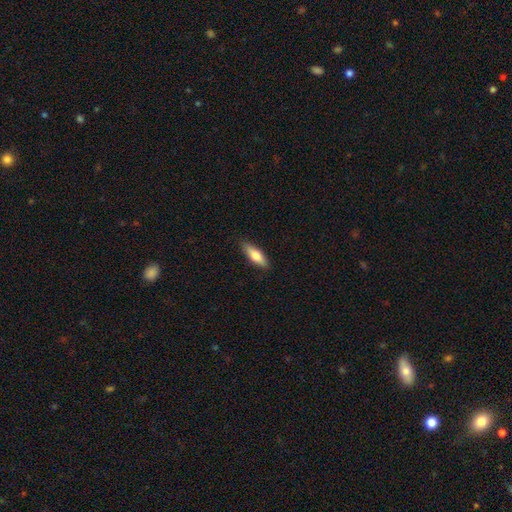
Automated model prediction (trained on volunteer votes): This appears to be a smooth galaxy with no disk features (66%) that is cigar-shaped (51%). Merging: none (89%).